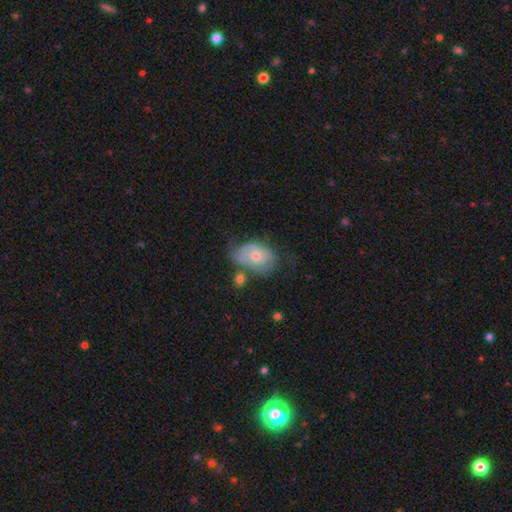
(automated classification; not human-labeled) A featured or disk galaxy (49%). Merging: none (35%).